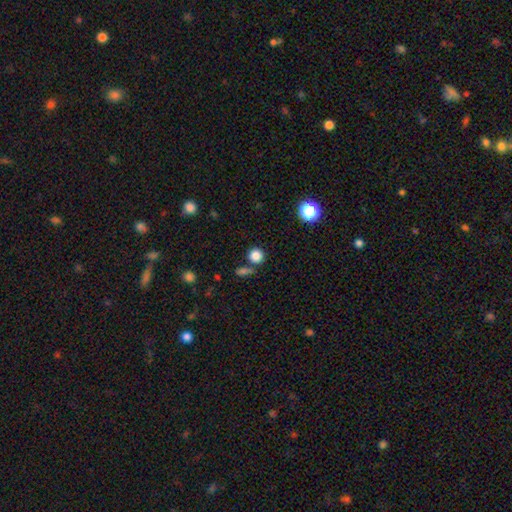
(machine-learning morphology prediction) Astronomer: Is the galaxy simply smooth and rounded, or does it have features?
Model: smooth — 84%.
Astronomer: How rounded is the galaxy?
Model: round — 91%.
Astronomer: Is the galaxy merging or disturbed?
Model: none — 76%.